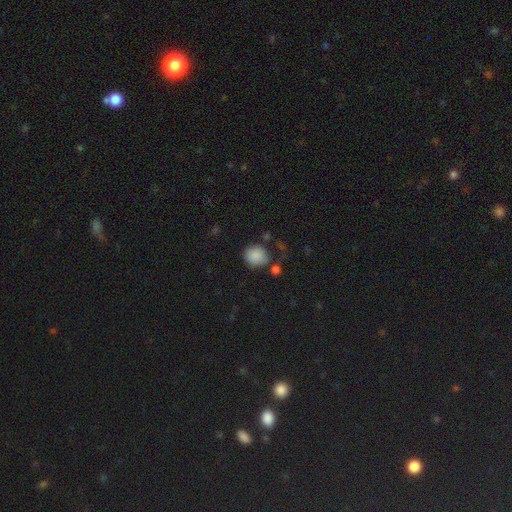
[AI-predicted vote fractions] Q: Smooth or featured?
A: smooth (87%); runner-up: star or artifact (9%)
Q: How rounded?
A: round (81%); runner-up: in between (19%)
Q: Merging?
A: none (72%); runner-up: minor disturbance (15%)